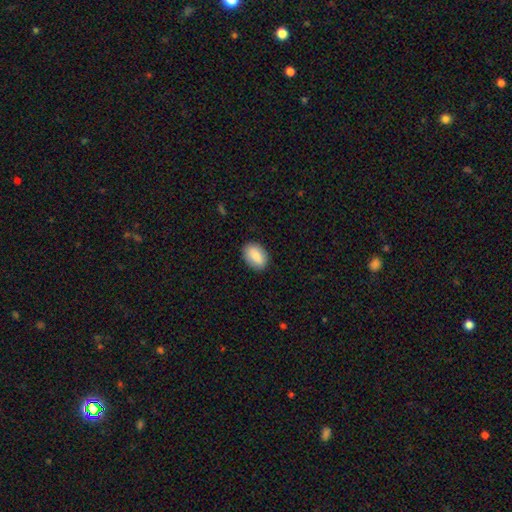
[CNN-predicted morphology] Q: Smooth or featured?
A: smooth (85%); runner-up: featured or disk (9%)
Q: How rounded?
A: in between (88%); runner-up: round (11%)
Q: Merging?
A: none (87%); runner-up: minor disturbance (10%)